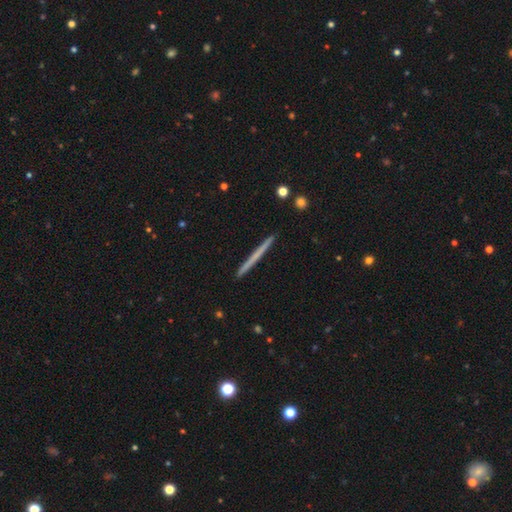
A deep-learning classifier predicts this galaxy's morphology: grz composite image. It shows a smooth galaxy with no disk features (49%). Merging: none (93%).